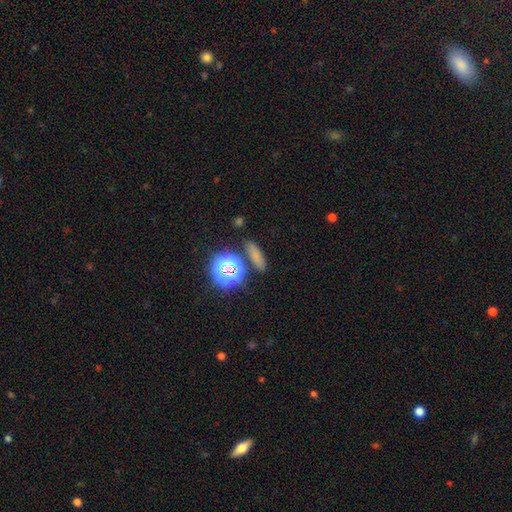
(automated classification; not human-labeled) Q: Smooth or featured?
A: smooth (66%); runner-up: star or artifact (24%)
Q: How rounded?
A: cigar-shaped (41%); runner-up: in between (39%)
Q: Merging?
A: none (81%); runner-up: minor disturbance (10%)